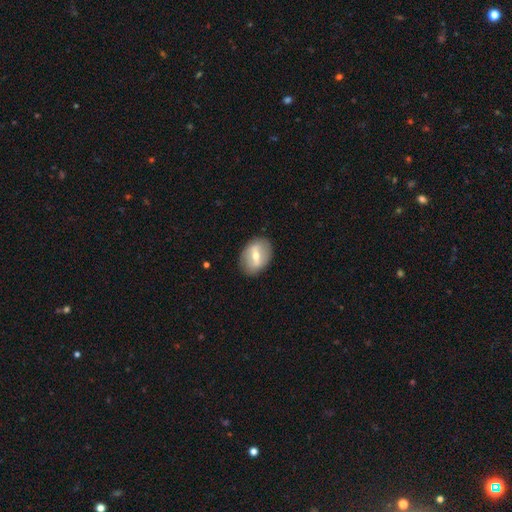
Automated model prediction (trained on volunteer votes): Smooth or featured: featured or disk — 52% (smooth — 42%)
Edge-on disk: no — 88% (yes — 12%)
Merging: none — 85% (minor disturbance — 11%)